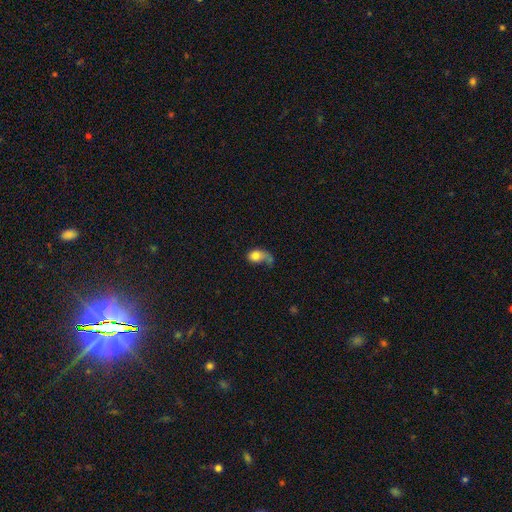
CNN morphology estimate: Smooth or featured?
  - smooth: 69% *
  - featured or disk: 23%
  - star or artifact: 9%
How rounded?
  - in between: 72% *
  - round: 25%
  - cigar-shaped: 3%
Merging?
  - major disturbance: 45% *
  - none: 22%
  - minor disturbance: 20%
  - merger: 13%